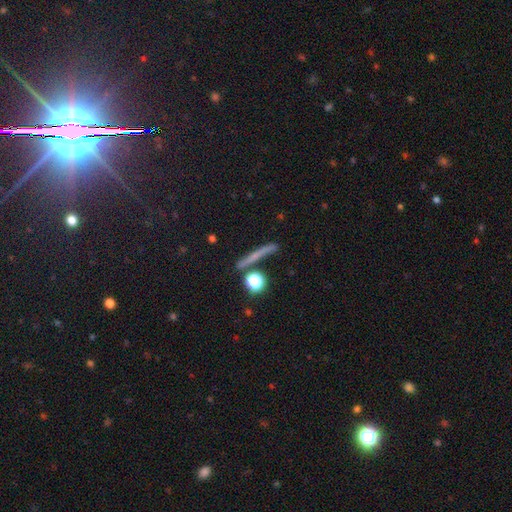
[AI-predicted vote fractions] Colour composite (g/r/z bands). It shows a smooth galaxy with no disk features (49%). Merging: none (77%).